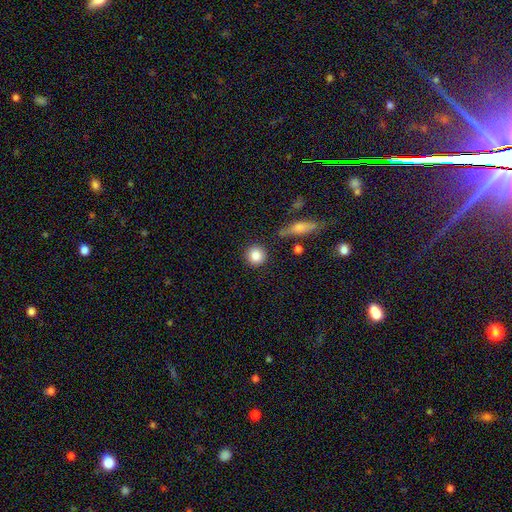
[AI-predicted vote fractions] Q: Smooth or featured?
A: smooth (84%); runner-up: star or artifact (9%)
Q: How rounded?
A: round (93%); runner-up: in between (6%)
Q: Merging?
A: none (87%); runner-up: minor disturbance (7%)